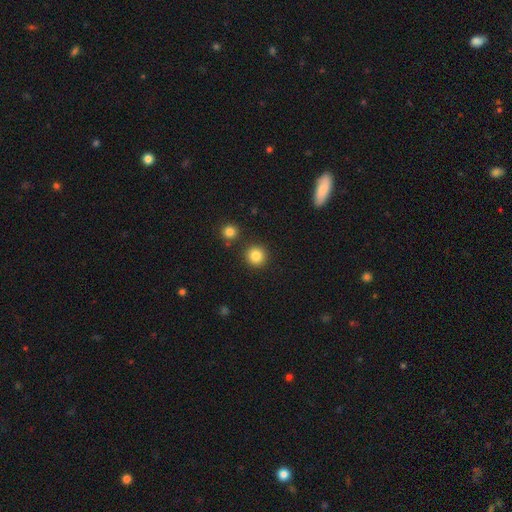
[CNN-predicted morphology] This appears to be a smooth galaxy with no disk features (85%) that is round (94%). Merging: none (89%).